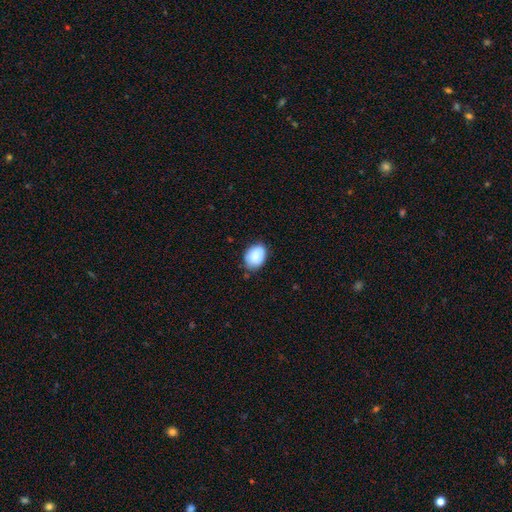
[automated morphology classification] This appears to be a smooth galaxy with no disk features (89%) that is in between round and cigar-shaped (71%). Merging: none (76%).